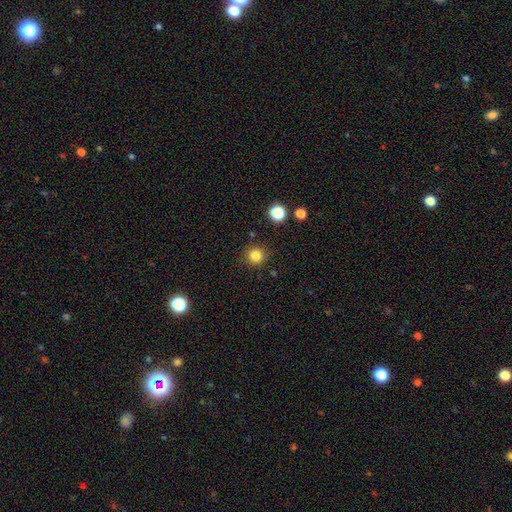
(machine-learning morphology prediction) smooth_or_featured: smooth (p=0.83) [alt: star or artifact p=0.12]
how_rounded: round (p=0.91) [alt: in between p=0.08]
merging: none (p=0.88) [alt: minor disturbance p=0.07]